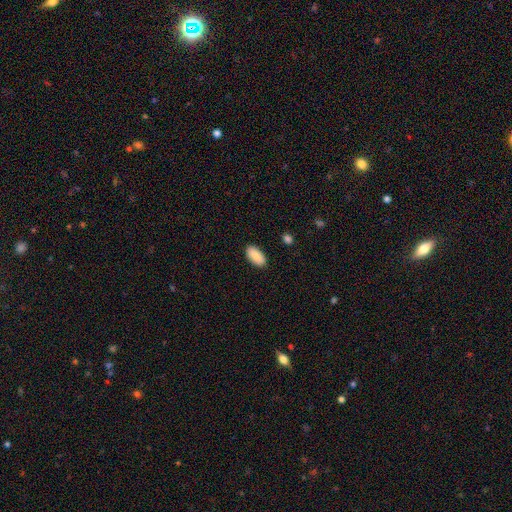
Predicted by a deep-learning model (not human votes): Smooth or featured: smooth — 88% (star or artifact — 6%)
How rounded: in between — 93% (cigar-shaped — 5%)
Merging: none — 89% (minor disturbance — 8%)